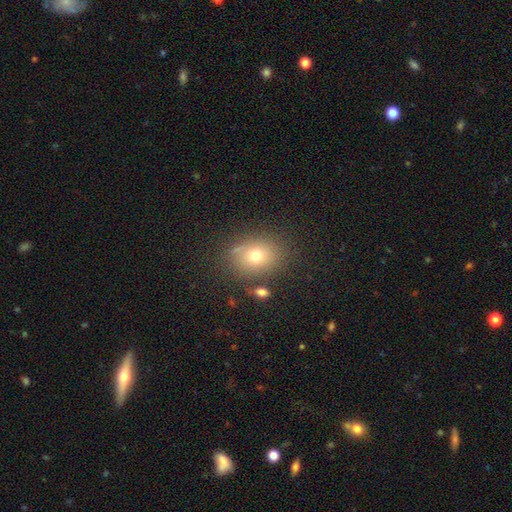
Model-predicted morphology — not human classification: smooth-or-featured: smooth: 70% | star or artifact: 15% | featured or disk: 15%
  how-rounded: in between: 50% | round: 49% | cigar-shaped: 1%
  merging: none: 75% | minor disturbance: 14% | merger: 5% | major disturbance: 5%